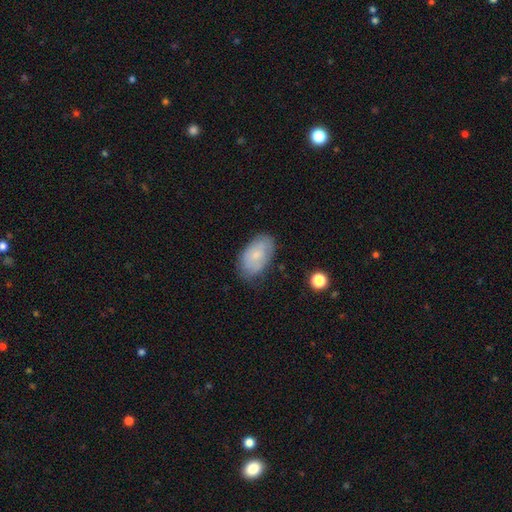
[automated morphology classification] Q: Smooth or featured?
A: smooth (66%); runner-up: featured or disk (26%)
Q: How rounded?
A: in between (93%); runner-up: round (6%)
Q: Merging?
A: none (72%); runner-up: minor disturbance (22%)